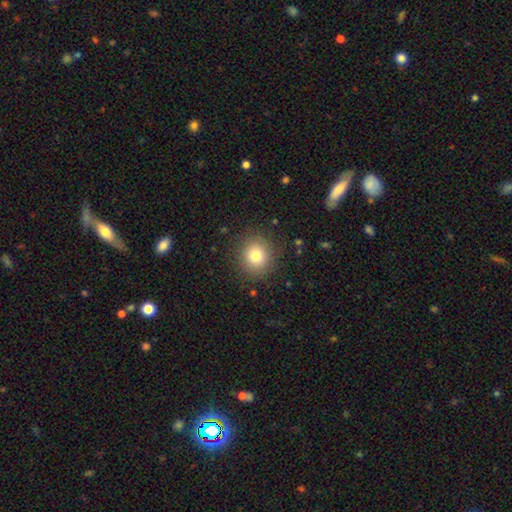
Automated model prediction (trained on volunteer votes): smooth-or-featured: smooth: 79% | star or artifact: 12% | featured or disk: 9%
  how-rounded: round: 87% | in between: 12% | cigar-shaped: 1%
  merging: none: 87% | minor disturbance: 8% | major disturbance: 3% | merger: 1%